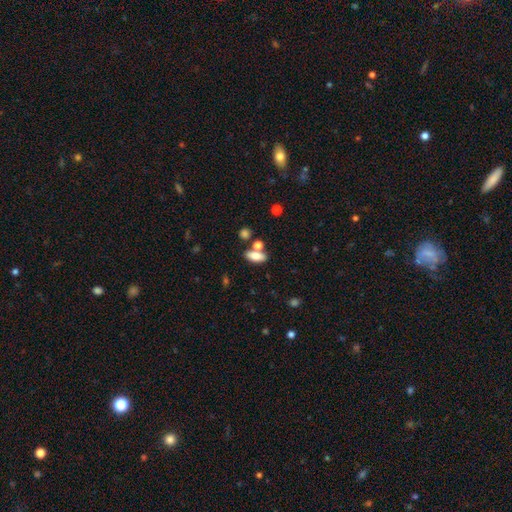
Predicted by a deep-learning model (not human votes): smooth_or_featured: smooth (p=0.75) [alt: featured or disk p=0.16]
how_rounded: in between (p=0.78) [alt: cigar-shaped p=0.15]
merging: none (p=0.62) [alt: merger p=0.22]